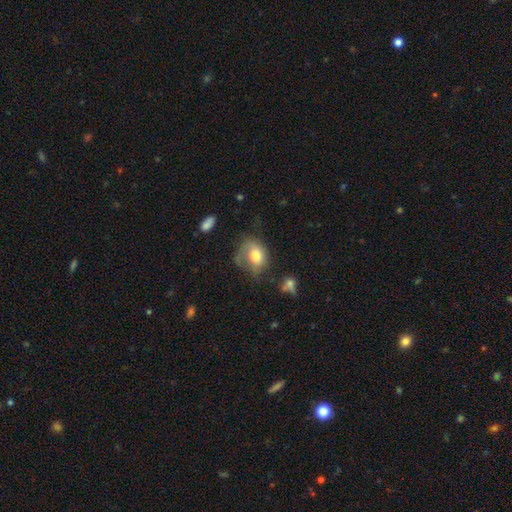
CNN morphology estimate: The model was most divided on "merging": none: 37%, minor disturbance: 30%, major disturbance: 29%, merger: 4%. More confident: smooth or featured — smooth (66%); how rounded — in between (57%).